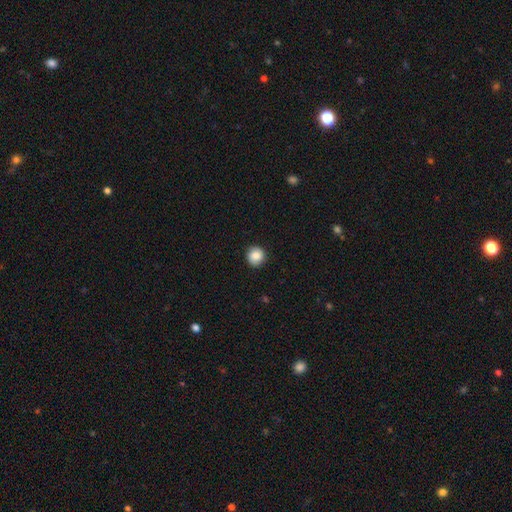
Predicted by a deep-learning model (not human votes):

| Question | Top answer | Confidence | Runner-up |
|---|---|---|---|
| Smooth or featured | smooth | 85% | star or artifact (9%) |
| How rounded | round | 92% | in between (7%) |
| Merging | none | 88% | minor disturbance (8%) |